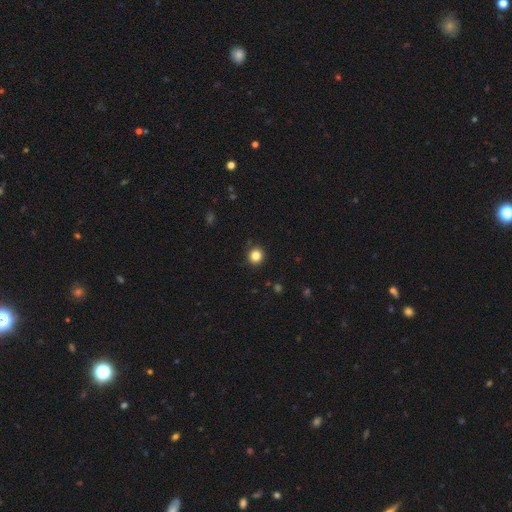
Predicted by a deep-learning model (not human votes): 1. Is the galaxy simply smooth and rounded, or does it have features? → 84% smooth, 12% star or artifact, 5% featured or disk.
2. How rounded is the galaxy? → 93% round, 6% in between, 1% cigar-shaped.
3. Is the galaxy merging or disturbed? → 91% none, 6% minor disturbance, 2% major disturbance, 1% merger.